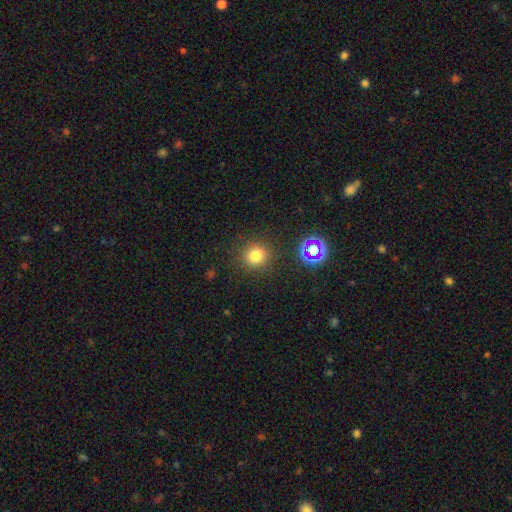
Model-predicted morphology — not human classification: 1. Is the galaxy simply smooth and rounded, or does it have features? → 75% smooth, 18% star or artifact, 7% featured or disk.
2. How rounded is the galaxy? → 92% round, 7% in between, 1% cigar-shaped.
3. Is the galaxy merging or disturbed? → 87% none, 8% minor disturbance, 3% major disturbance, 2% merger.